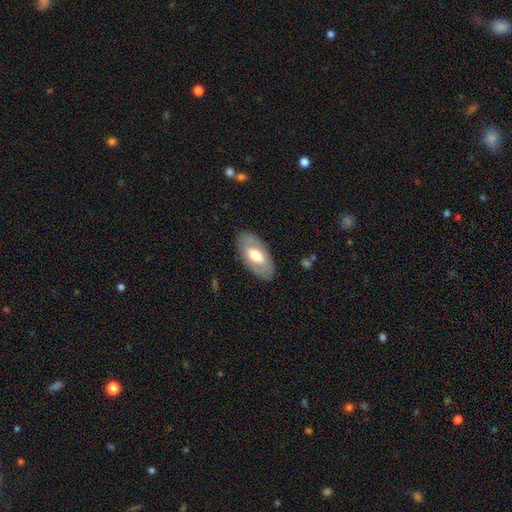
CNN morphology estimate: type=smooth (51%); roundness=in between (93%); merging=none (85%).